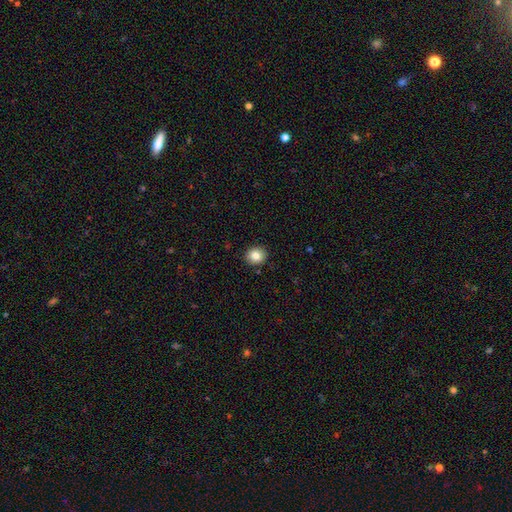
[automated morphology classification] Smooth or featured?
  - smooth: 83% *
  - star or artifact: 10%
  - featured or disk: 7%
How rounded?
  - round: 76% *
  - in between: 23%
  - cigar-shaped: 1%
Merging?
  - none: 91% *
  - minor disturbance: 6%
  - major disturbance: 2%
  - merger: 1%